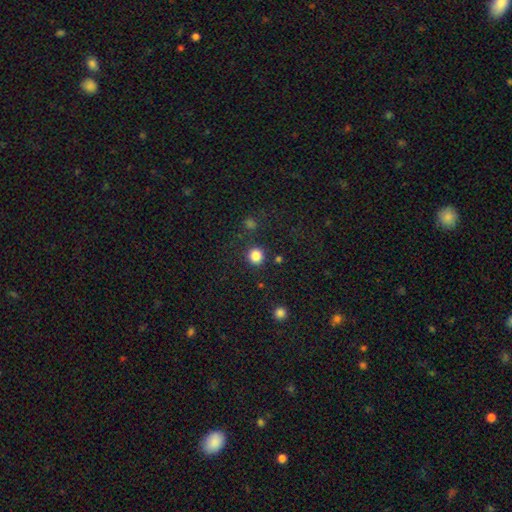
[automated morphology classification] The model was most divided on "smooth or featured": smooth: 85%, star or artifact: 12%, featured or disk: 4%. More confident: how rounded — round (94%); merging — none (88%).